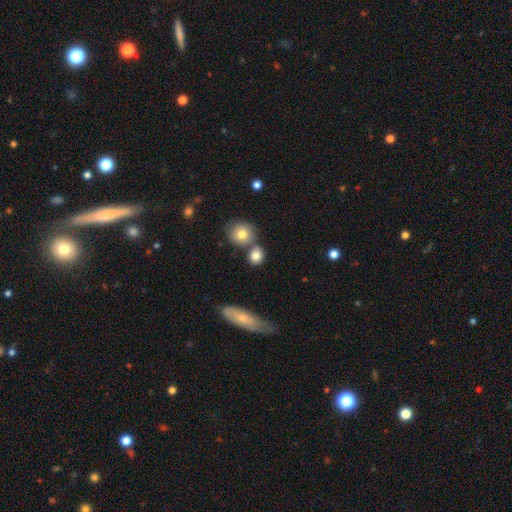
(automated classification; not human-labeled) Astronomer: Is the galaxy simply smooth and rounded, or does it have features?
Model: smooth — 82%.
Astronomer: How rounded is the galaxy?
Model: round — 74%.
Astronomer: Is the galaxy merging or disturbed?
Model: none — 62%.